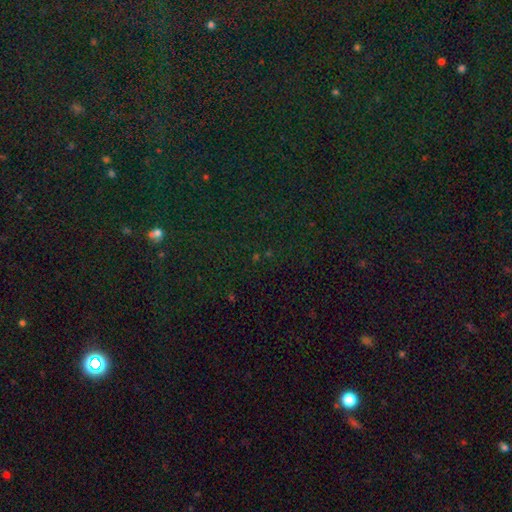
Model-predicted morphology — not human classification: Overall: star or artifact (78%).